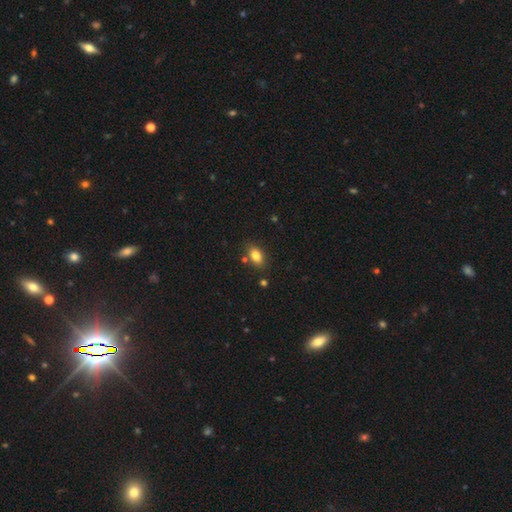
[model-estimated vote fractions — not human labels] smooth-or-featured: smooth: 82% | star or artifact: 9% | featured or disk: 8%
  how-rounded: in between: 84% | round: 13% | cigar-shaped: 3%
  merging: none: 79% | minor disturbance: 12% | merger: 6% | major disturbance: 3%